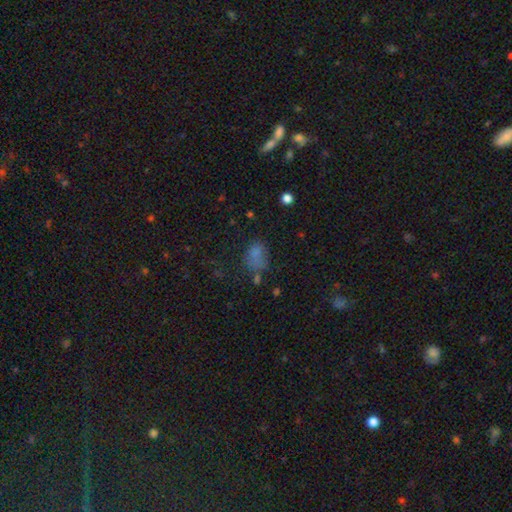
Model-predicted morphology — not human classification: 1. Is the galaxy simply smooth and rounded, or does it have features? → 69% smooth, 19% star or artifact, 12% featured or disk.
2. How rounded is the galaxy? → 70% in between, 29% round, 2% cigar-shaped.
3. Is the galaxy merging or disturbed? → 46% none, 25% minor disturbance, 18% major disturbance, 11% merger.